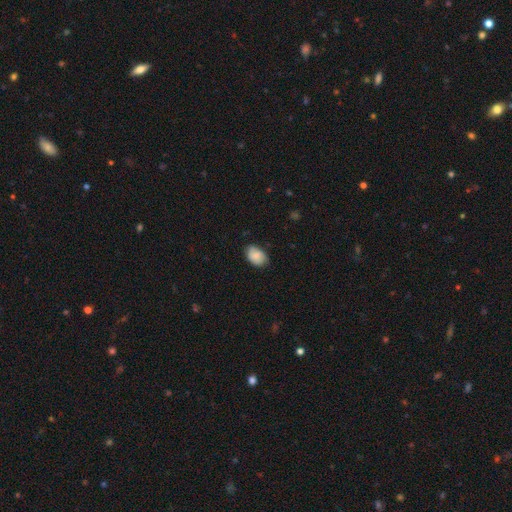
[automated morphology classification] Smooth or featured: smooth — 82% (featured or disk — 11%)
How rounded: in between — 83% (round — 16%)
Merging: none — 73% (minor disturbance — 22%)